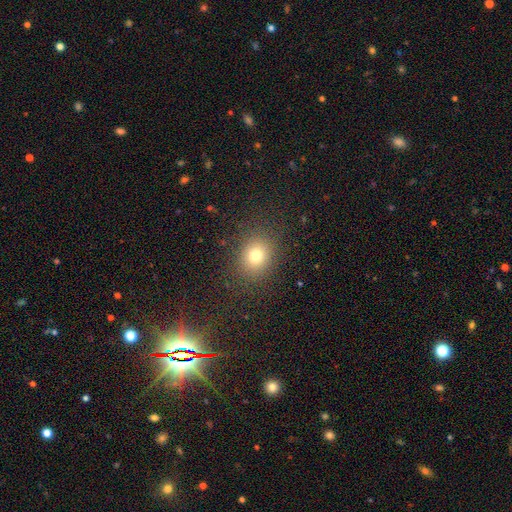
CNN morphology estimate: smooth_or_featured: smooth (p=0.78) [alt: star or artifact p=0.14]
how_rounded: round (p=0.63) [alt: in between p=0.36]
merging: none (p=0.86) [alt: minor disturbance p=0.09]